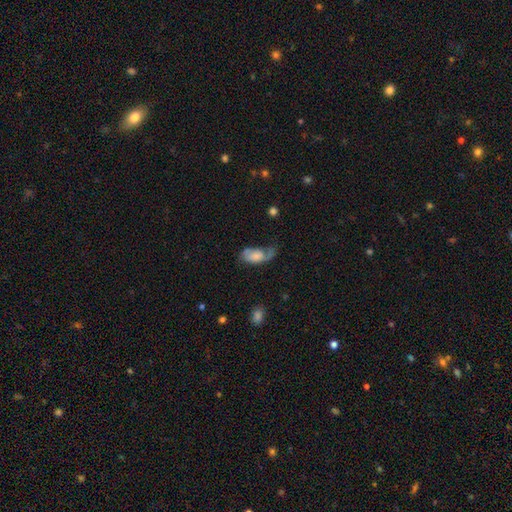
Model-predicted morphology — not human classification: Smooth or featured? smooth (51%)
How rounded? in between (92%)
Merging? major disturbance (37%)